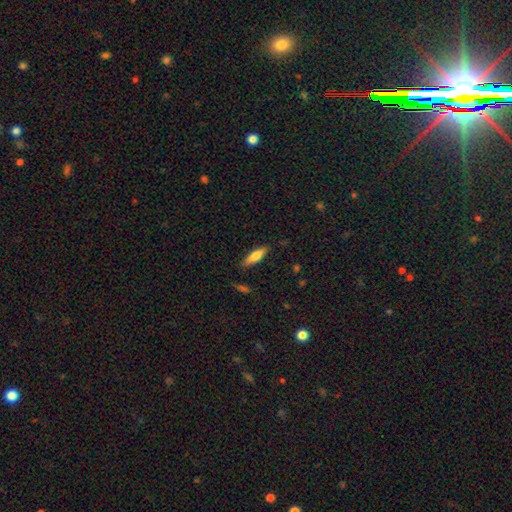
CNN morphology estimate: smooth 65%, featured or disk 28%, star or artifact 6%. Down the decision tree: how rounded — cigar-shaped (61%); merging — none (85%).